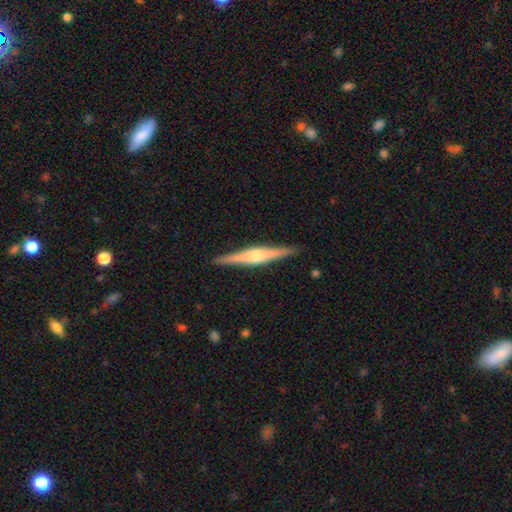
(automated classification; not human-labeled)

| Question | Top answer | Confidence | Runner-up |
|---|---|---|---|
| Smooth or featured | featured or disk | 79% | smooth (16%) |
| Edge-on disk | yes | 98% | no (2%) |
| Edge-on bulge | rounded | 84% | boxy (11%) |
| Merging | none | 91% | minor disturbance (6%) |